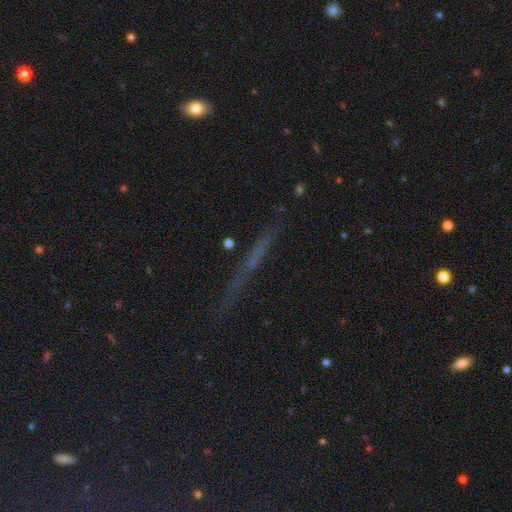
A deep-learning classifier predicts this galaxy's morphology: featured or disk 41%, smooth 34%, star or artifact 24%. Down the decision tree: merging — none (80%).